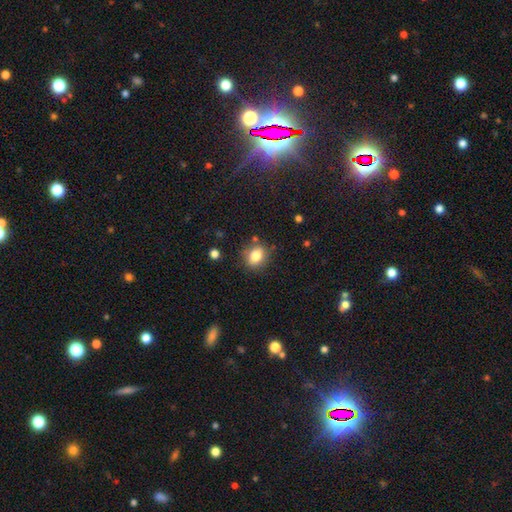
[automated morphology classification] Q: Smooth or featured?
A: smooth (80%); runner-up: star or artifact (11%)
Q: How rounded?
A: round (61%); runner-up: in between (38%)
Q: Merging?
A: none (80%); runner-up: minor disturbance (13%)